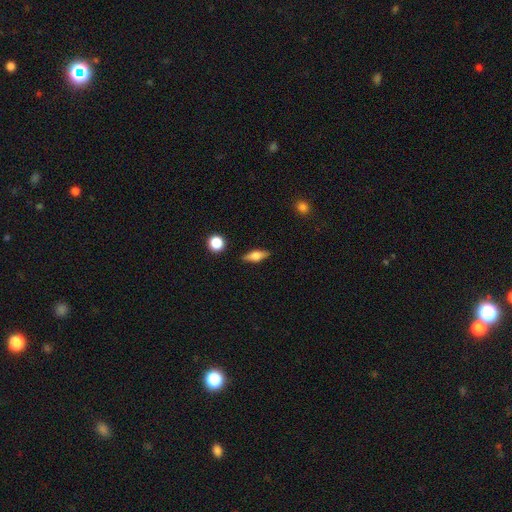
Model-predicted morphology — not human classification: A smooth galaxy with no disk features (53%) that is in between round and cigar-shaped (59%).

Vote fractions:
- Smooth or featured? smooth: 53% / featured or disk: 39% / star or artifact: 8%
- How rounded? in between: 59% / cigar-shaped: 34% / round: 7%
- Merging? none: 87% / minor disturbance: 9% / major disturbance: 2% / merger: 2%